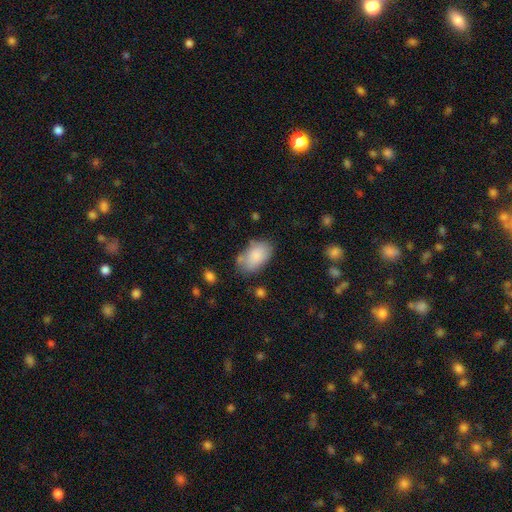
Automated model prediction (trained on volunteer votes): Q: Smooth or featured?
A: smooth (84%); runner-up: featured or disk (10%)
Q: How rounded?
A: in between (93%); runner-up: round (6%)
Q: Merging?
A: none (64%); runner-up: minor disturbance (22%)